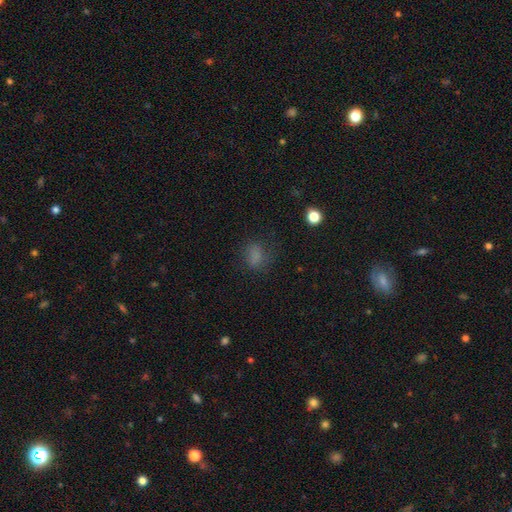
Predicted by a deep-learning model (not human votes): Smooth or featured? smooth (74%)
How rounded? in between (52%)
Merging? none (68%)